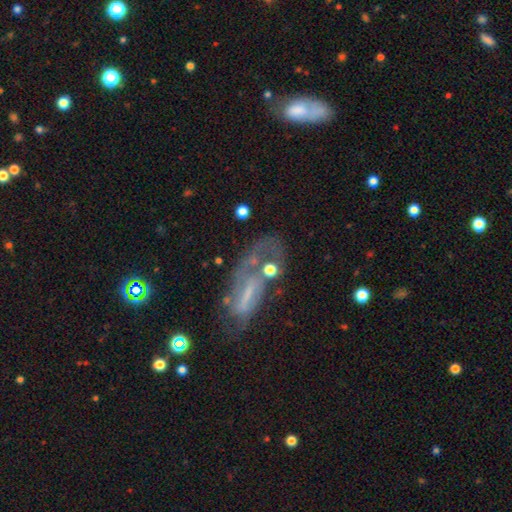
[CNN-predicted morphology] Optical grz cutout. It shows a featured or disk galaxy (62%) with no bar (54%), spiral arms (65%) and a small central bulge (48%). Merging: none (47%).